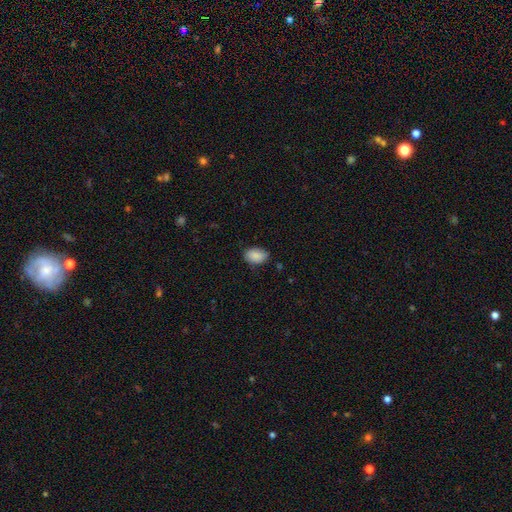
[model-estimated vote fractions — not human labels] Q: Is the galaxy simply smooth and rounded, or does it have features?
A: smooth — 88%.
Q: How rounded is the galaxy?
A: in between — 86%.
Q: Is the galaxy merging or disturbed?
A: none — 74%.